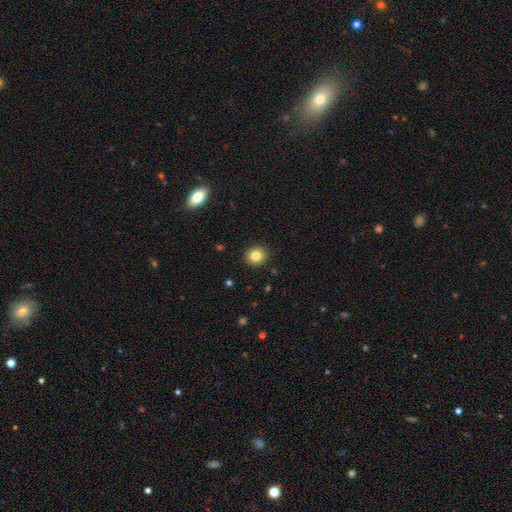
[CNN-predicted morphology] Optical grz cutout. It shows a smooth galaxy with no disk features (82%) that is round (83%). Merging: none (91%).